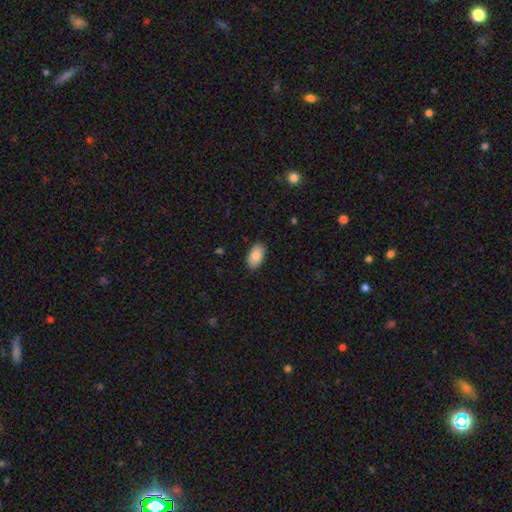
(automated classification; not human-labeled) The model was most divided on "merging": none: 88%, minor disturbance: 9%, major disturbance: 2%, merger: 1%. More confident: how rounded — in between (94%); smooth or featured — smooth (88%).